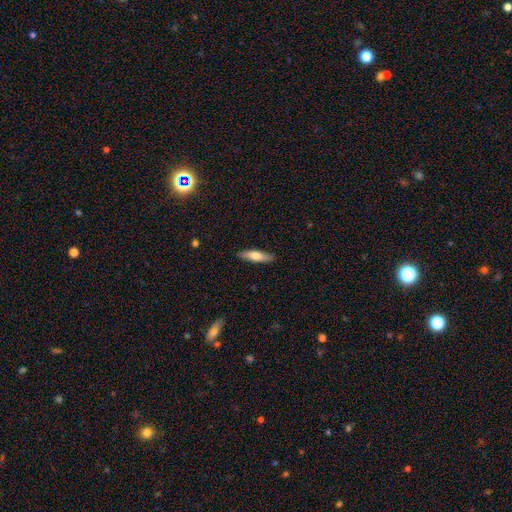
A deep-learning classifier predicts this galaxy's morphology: smooth-or-featured: smooth: 68% | featured or disk: 27% | star or artifact: 6%
  how-rounded: cigar-shaped: 63% | in between: 35% | round: 2%
  merging: none: 88% | minor disturbance: 9% | major disturbance: 2% | merger: 1%